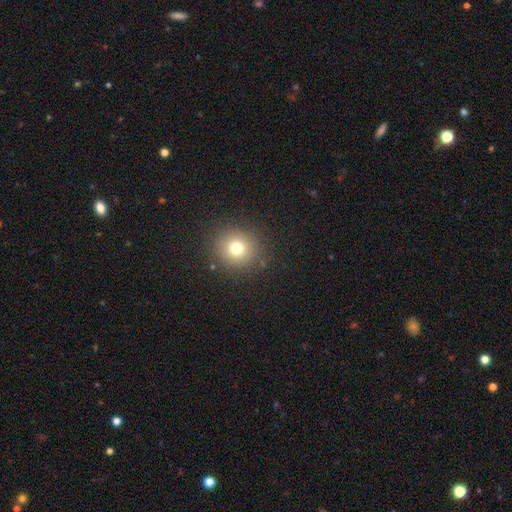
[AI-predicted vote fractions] smooth 71%, star or artifact 21%, featured or disk 8%. Down the decision tree: how rounded — round (92%); merging — none (92%).